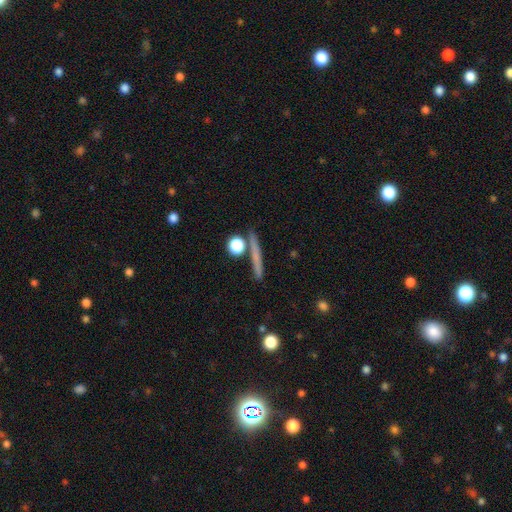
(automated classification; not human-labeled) Morphology: type=smooth (59%); roundness=cigar-shaped (83%); merging=none (82%).